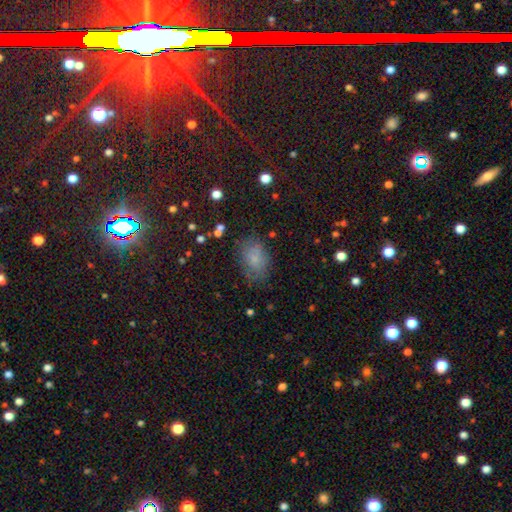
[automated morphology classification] Overall: smooth (68%). How rounded: in between (84%). Merging: none (72%).